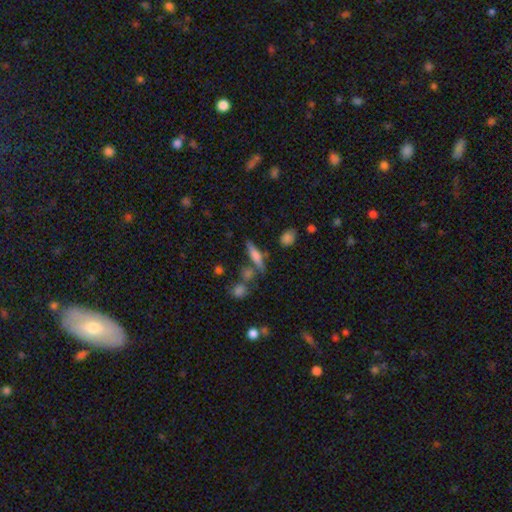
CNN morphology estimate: smooth_or_featured: smooth (p=0.58) [alt: featured or disk p=0.33]
how_rounded: cigar-shaped (p=0.74) [alt: in between p=0.21]
merging: none (p=0.67) [alt: merger p=0.15]